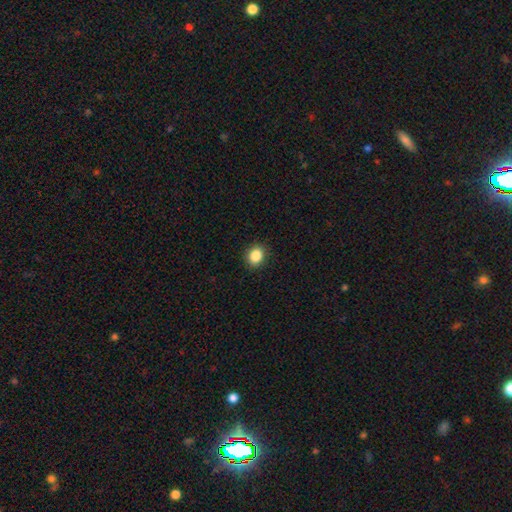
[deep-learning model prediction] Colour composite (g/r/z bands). It shows a smooth galaxy with no disk features (87%) that is round (57%). Merging: none (90%).